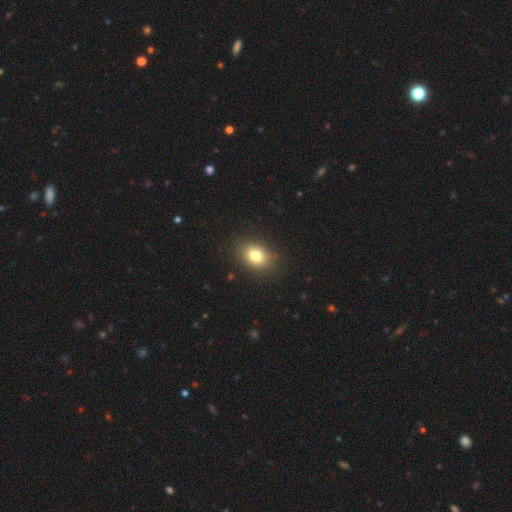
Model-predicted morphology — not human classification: smooth-or-featured: smooth: 80% | star or artifact: 11% | featured or disk: 9%
  how-rounded: in between: 61% | round: 38% | cigar-shaped: 1%
  merging: none: 88% | minor disturbance: 8% | major disturbance: 3% | merger: 1%